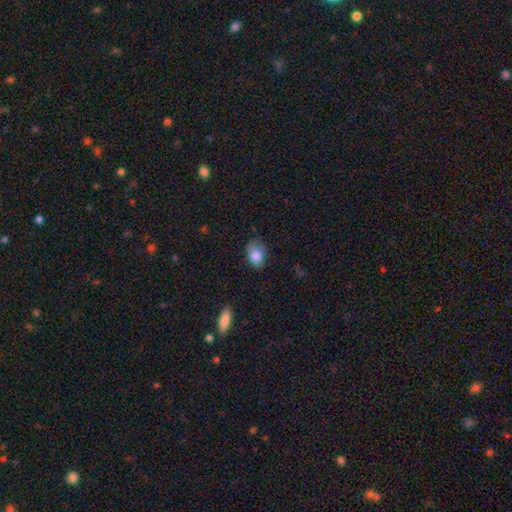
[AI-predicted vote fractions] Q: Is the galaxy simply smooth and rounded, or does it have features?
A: smooth — 83%.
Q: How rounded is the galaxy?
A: in between — 77%.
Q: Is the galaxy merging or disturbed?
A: none — 49%.